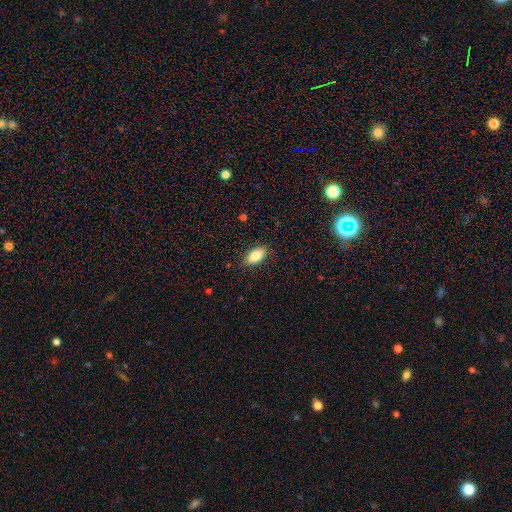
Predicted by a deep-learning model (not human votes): A smooth galaxy with no disk features (82%) that is in between round and cigar-shaped (90%). Merging: none (86%).